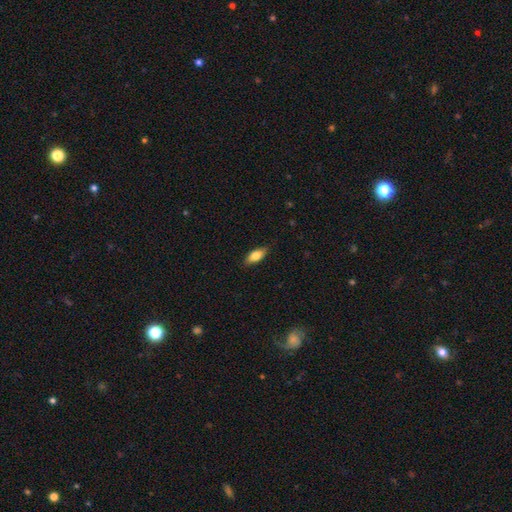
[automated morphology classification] Smooth or featured? smooth (75%)
How rounded? in between (81%)
Merging? none (85%)